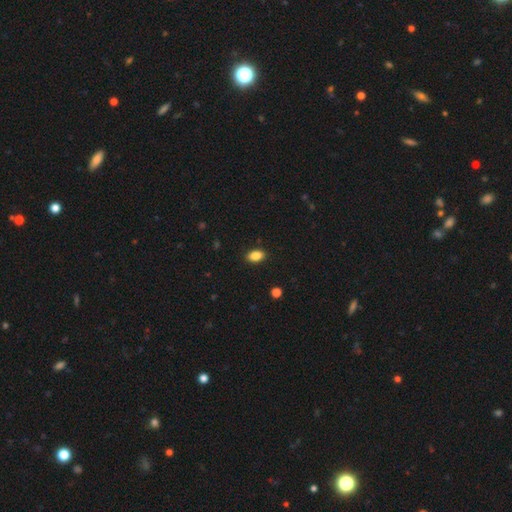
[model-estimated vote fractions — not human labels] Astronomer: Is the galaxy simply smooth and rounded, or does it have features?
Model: smooth — 87%.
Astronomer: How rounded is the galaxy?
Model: in between — 89%.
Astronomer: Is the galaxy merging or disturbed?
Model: none — 89%.